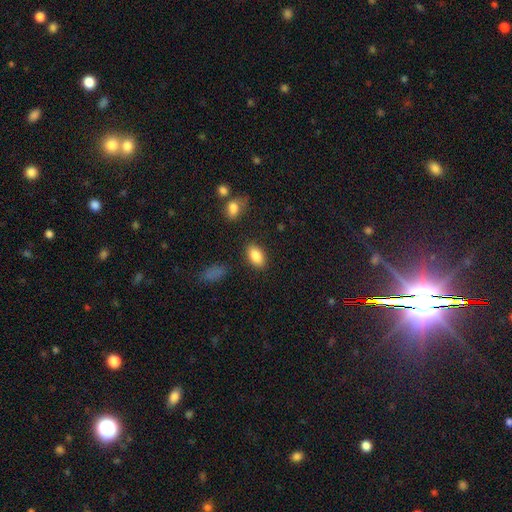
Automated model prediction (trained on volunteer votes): A smooth galaxy with no disk features (86%) that is in between round and cigar-shaped (91%).

Vote fractions:
- Smooth or featured? smooth: 86% / star or artifact: 8% / featured or disk: 6%
- How rounded? in between: 91% / round: 6% / cigar-shaped: 2%
- Merging? none: 84% / minor disturbance: 10% / major disturbance: 3% / merger: 3%